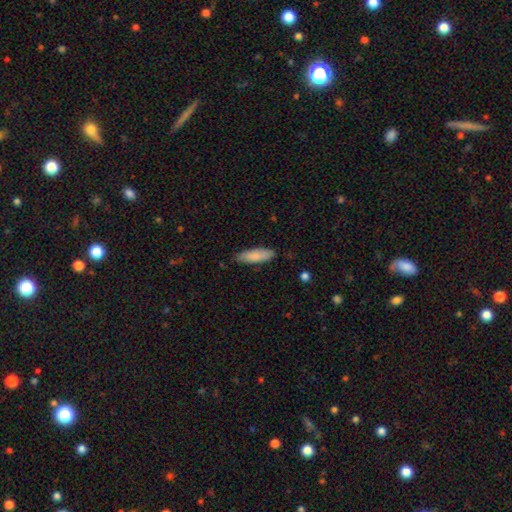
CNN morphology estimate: type=smooth (85%); roundness=cigar-shaped (52%); merging=none (83%).